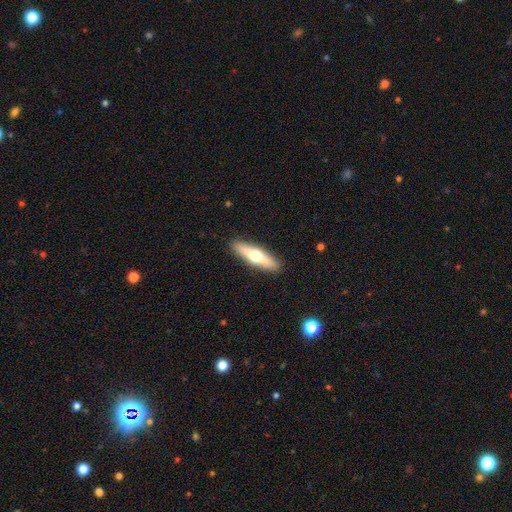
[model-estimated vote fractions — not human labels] This is possibly a smooth galaxy (52%). How rounded: likely cigar-shaped (73%). Merging: clearly none (90%).